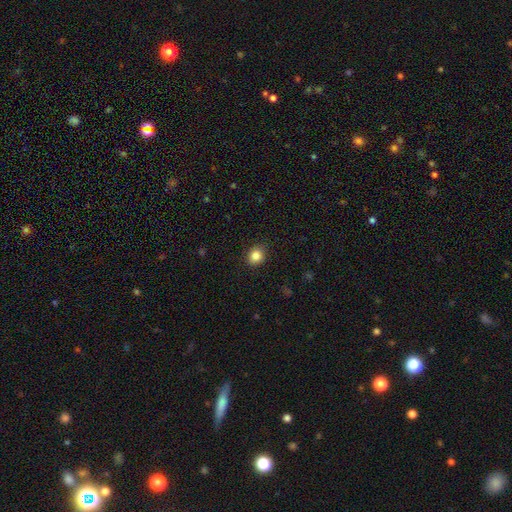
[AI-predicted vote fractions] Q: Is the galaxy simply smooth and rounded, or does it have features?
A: smooth — 85%.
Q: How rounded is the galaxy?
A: round — 71%.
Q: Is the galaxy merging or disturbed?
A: none — 90%.